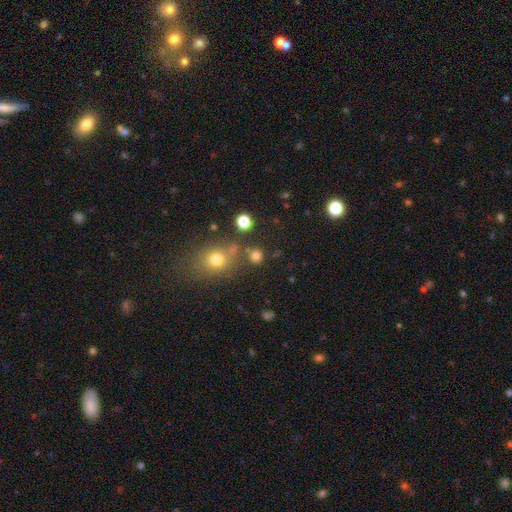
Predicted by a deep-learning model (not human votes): smooth 75%, star or artifact 19%, featured or disk 6%. Down the decision tree: how rounded — round (88%); merging — none (76%).